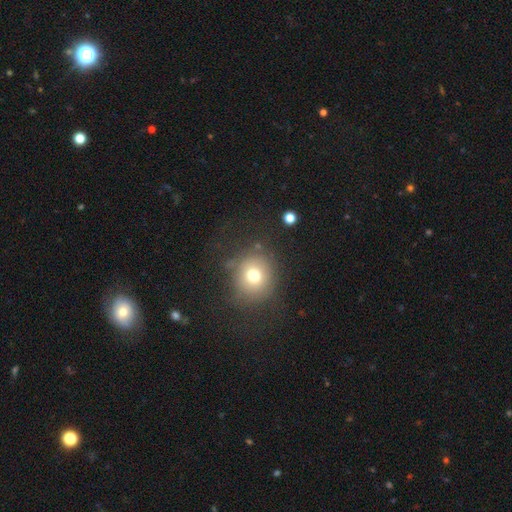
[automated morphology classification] Smooth or featured? smooth (62%)
How rounded? round (83%)
Merging? none (76%)